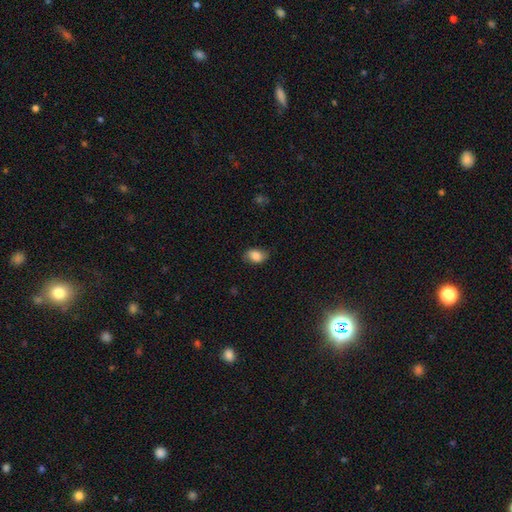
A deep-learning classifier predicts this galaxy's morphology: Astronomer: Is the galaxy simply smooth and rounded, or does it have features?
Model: smooth — 84%.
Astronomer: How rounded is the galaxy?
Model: in between — 82%.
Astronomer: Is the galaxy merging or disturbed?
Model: none — 74%.